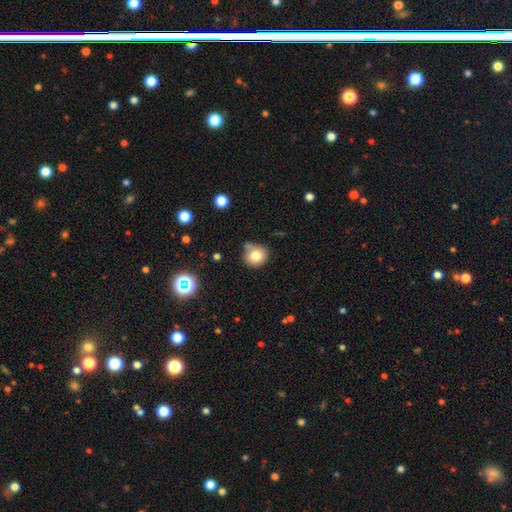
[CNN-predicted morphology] Smooth or featured: smooth — 79% (star or artifact — 11%)
How rounded: round — 83% (in between — 16%)
Merging: none — 63% (minor disturbance — 21%)